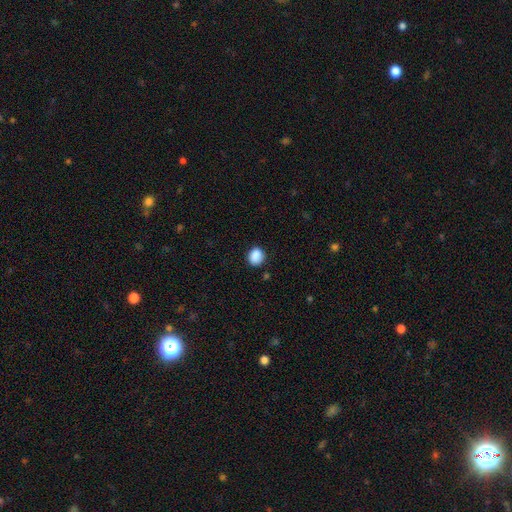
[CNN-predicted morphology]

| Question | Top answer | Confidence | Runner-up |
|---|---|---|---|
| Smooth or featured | smooth | 88% | star or artifact (9%) |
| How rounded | round | 68% | in between (31%) |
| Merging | none | 82% | minor disturbance (13%) |